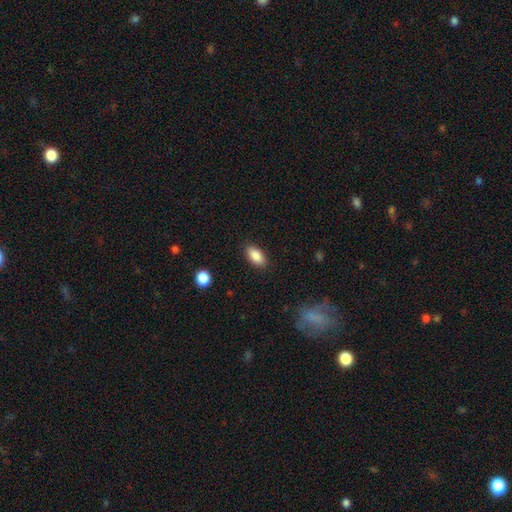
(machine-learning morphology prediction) Smooth or featured?
  - smooth: 87% *
  - star or artifact: 7%
  - featured or disk: 5%
How rounded?
  - in between: 90% *
  - cigar-shaped: 6%
  - round: 4%
Merging?
  - none: 87% *
  - minor disturbance: 9%
  - major disturbance: 2%
  - merger: 1%